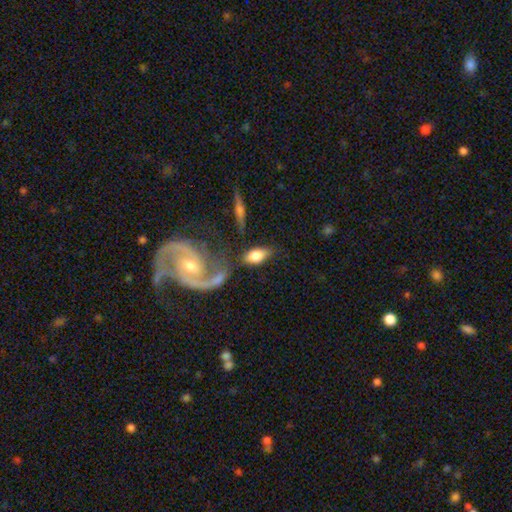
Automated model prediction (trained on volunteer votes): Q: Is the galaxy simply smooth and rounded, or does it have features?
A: smooth — 72%.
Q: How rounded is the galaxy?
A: in between — 92%.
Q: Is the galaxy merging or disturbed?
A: none — 60%.